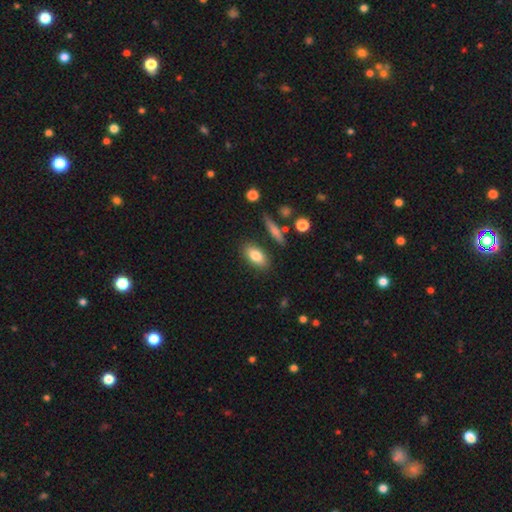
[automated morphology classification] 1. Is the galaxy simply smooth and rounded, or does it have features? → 80% smooth, 12% featured or disk, 8% star or artifact.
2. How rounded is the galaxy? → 83% in between, 11% cigar-shaped, 6% round.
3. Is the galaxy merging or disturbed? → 84% none, 10% minor disturbance, 3% merger, 3% major disturbance.